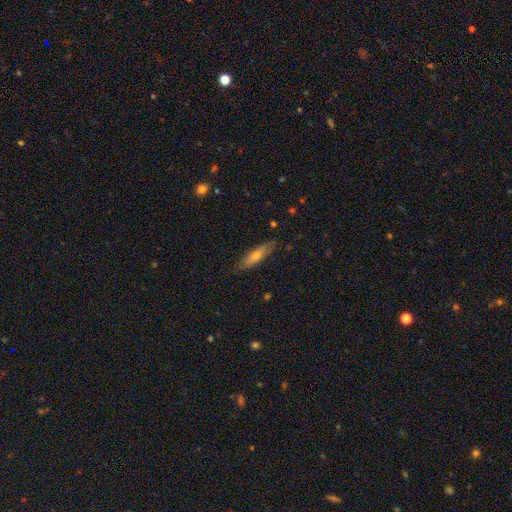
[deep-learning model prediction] Smooth or featured?
  - featured or disk: 48% *
  - smooth: 45%
  - star or artifact: 7%
Merging?
  - none: 84% *
  - minor disturbance: 13%
  - major disturbance: 2%
  - merger: 1%